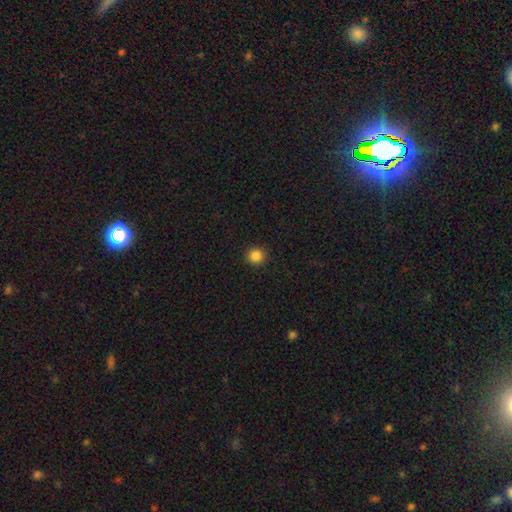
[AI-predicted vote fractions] smooth-or-featured: smooth: 85% | star or artifact: 11% | featured or disk: 4%
  how-rounded: round: 94% | in between: 5% | cigar-shaped: 1%
  merging: none: 92% | minor disturbance: 5% | major disturbance: 2% | merger: 1%